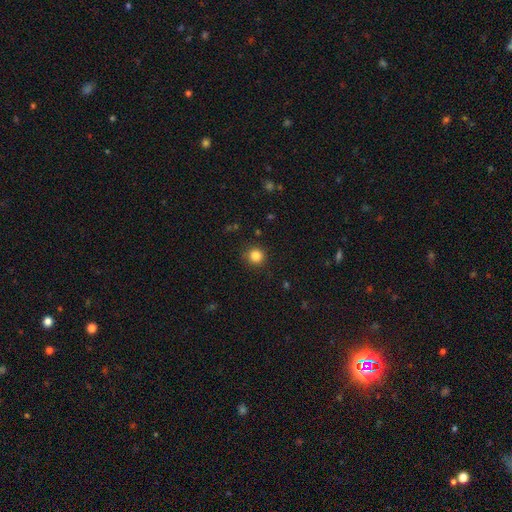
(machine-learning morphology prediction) smooth-or-featured: smooth: 85% | star or artifact: 11% | featured or disk: 4%
  how-rounded: round: 94% | in between: 5% | cigar-shaped: 1%
  merging: none: 89% | minor disturbance: 7% | major disturbance: 2% | merger: 1%